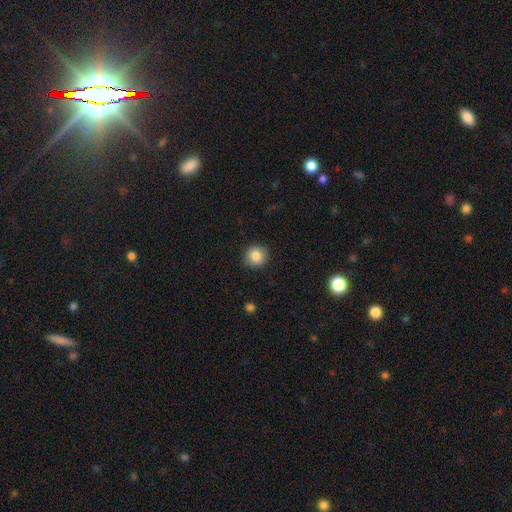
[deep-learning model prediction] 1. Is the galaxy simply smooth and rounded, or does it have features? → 83% smooth, 9% star or artifact, 7% featured or disk.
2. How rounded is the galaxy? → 88% round, 11% in between, 1% cigar-shaped.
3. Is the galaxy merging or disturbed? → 87% none, 10% minor disturbance, 2% major disturbance, 1% merger.